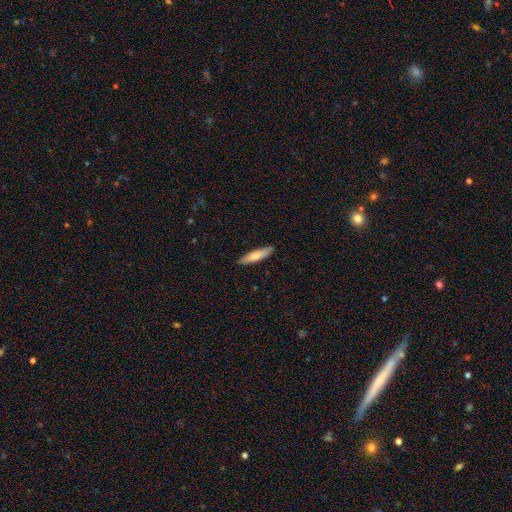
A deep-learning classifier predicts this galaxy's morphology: type=smooth (71%); roundness=cigar-shaped (79%); merging=none (89%).